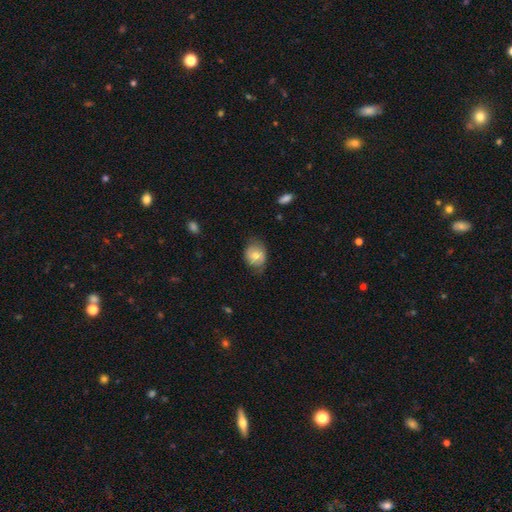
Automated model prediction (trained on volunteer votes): Smooth or featured?
  - smooth: 66% *
  - featured or disk: 26%
  - star or artifact: 8%
How rounded?
  - round: 58% *
  - in between: 41%
  - cigar-shaped: 1%
Merging?
  - none: 64% *
  - minor disturbance: 27%
  - major disturbance: 8%
  - merger: 1%